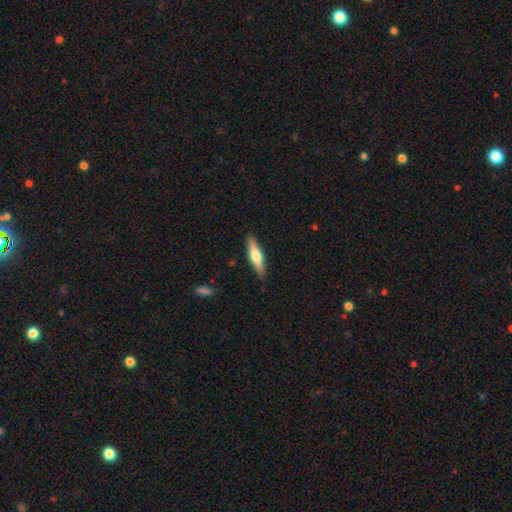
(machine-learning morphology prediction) Smooth or featured? Predicted: smooth (p=0.53). How rounded? Predicted: cigar-shaped (p=0.72). Merging? Predicted: none (p=0.88).